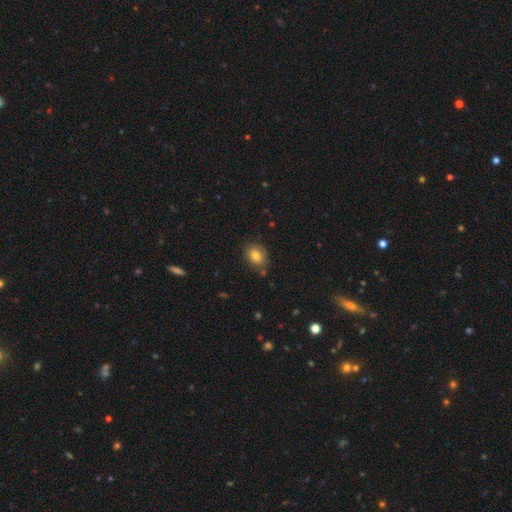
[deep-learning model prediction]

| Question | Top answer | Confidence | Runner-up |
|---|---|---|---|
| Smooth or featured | smooth | 80% | featured or disk (10%) |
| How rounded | in between | 58% | round (41%) |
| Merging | none | 76% | minor disturbance (16%) |